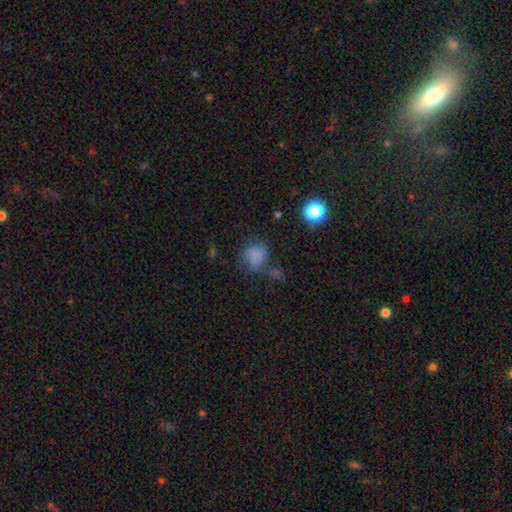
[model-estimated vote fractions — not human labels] Overall: smooth (72%). How rounded: round (58%; in between 41%). Merging: none (46%; minor disturbance 25%).